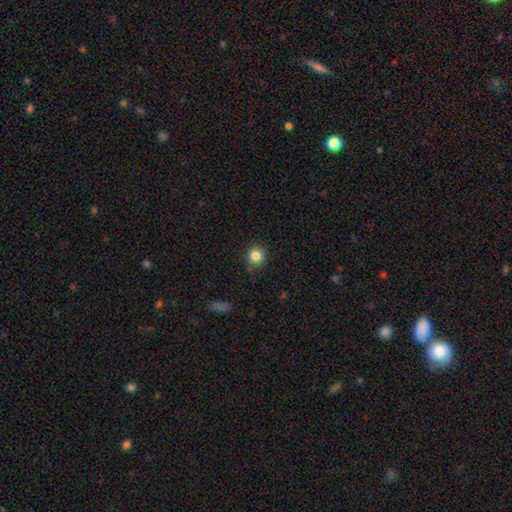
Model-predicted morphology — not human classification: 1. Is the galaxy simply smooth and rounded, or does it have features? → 84% smooth, 11% star or artifact, 5% featured or disk.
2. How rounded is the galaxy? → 93% round, 6% in between, 1% cigar-shaped.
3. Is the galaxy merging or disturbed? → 88% none, 8% minor disturbance, 2% major disturbance, 2% merger.